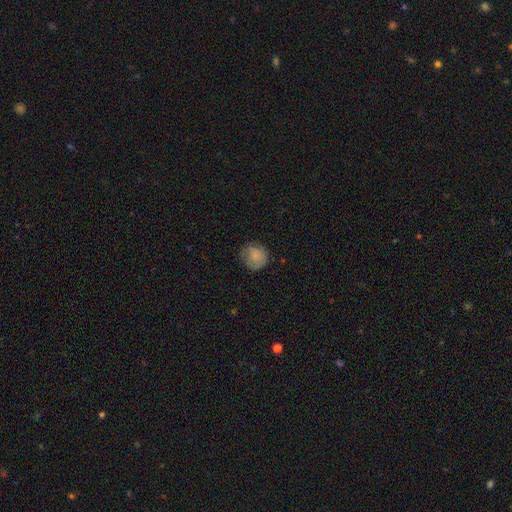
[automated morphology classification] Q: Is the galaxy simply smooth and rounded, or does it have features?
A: smooth — 76%.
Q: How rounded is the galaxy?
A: round — 87%.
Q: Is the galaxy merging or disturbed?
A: none — 68%.